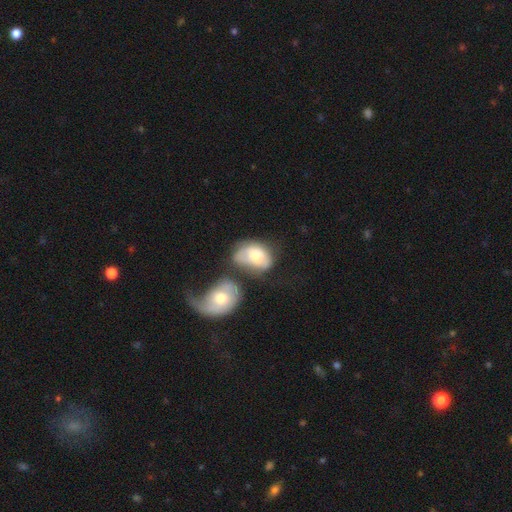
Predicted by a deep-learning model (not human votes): Smooth or featured? smooth (61%)
How rounded? in between (76%)
Merging? merger (32%)